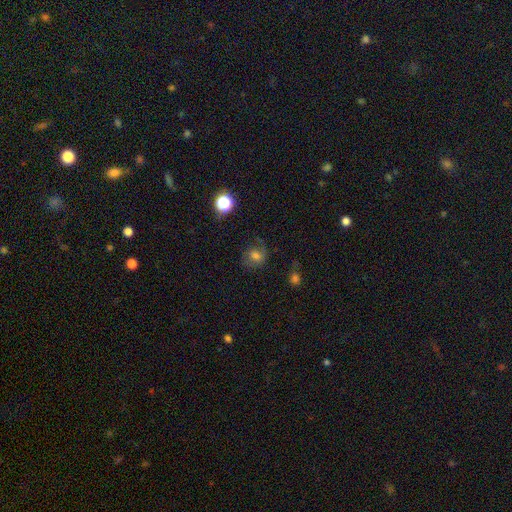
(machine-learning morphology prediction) This appears to be a smooth galaxy with no disk features (66%) that is round (71%). Merging: none (63%).